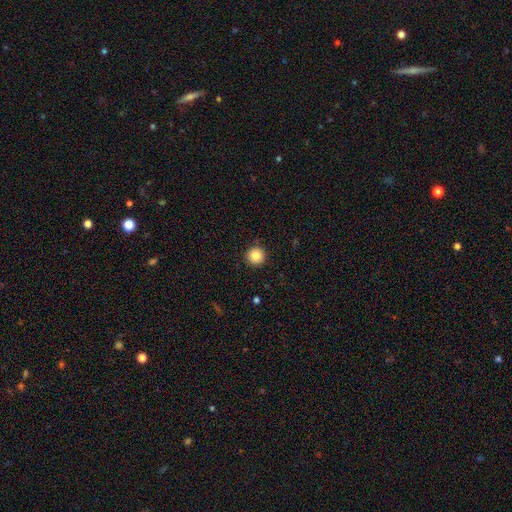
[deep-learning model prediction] smooth-or-featured: smooth: 86% | star or artifact: 10% | featured or disk: 4%
  how-rounded: round: 96% | in between: 3% | cigar-shaped: 1%
  merging: none: 91% | minor disturbance: 6% | major disturbance: 2% | merger: 1%